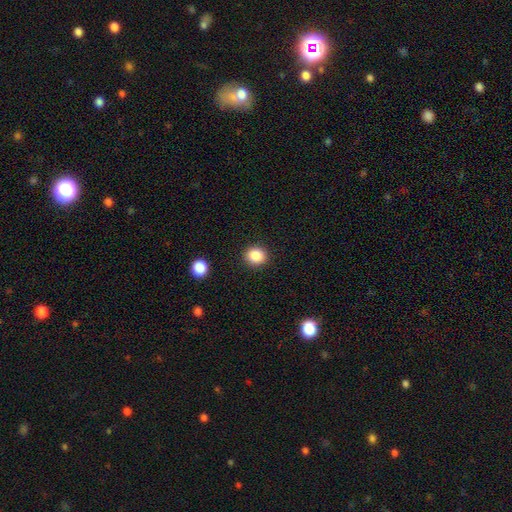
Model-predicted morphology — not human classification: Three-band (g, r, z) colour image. It shows a smooth galaxy with no disk features (86%) that is round (81%). Merging: none (91%).